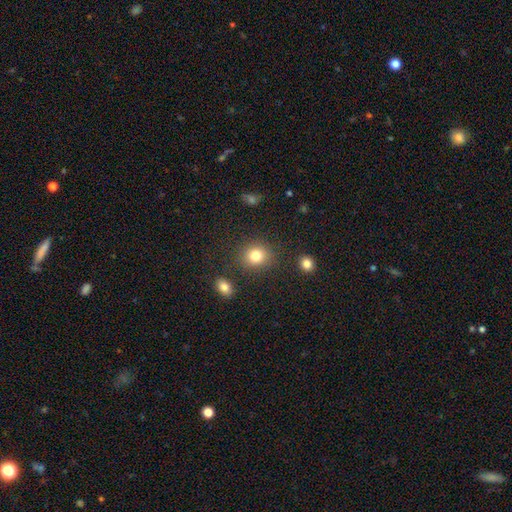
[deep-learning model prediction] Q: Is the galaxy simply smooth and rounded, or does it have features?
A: smooth — 81%.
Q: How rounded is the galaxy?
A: round — 78%.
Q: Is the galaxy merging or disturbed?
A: none — 85%.